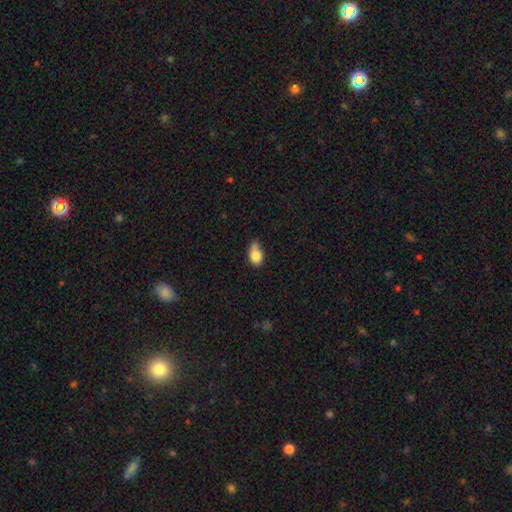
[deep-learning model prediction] This appears to be a smooth galaxy with no disk features (81%) that is in between round and cigar-shaped (80%). Merging: minor disturbance (45%).